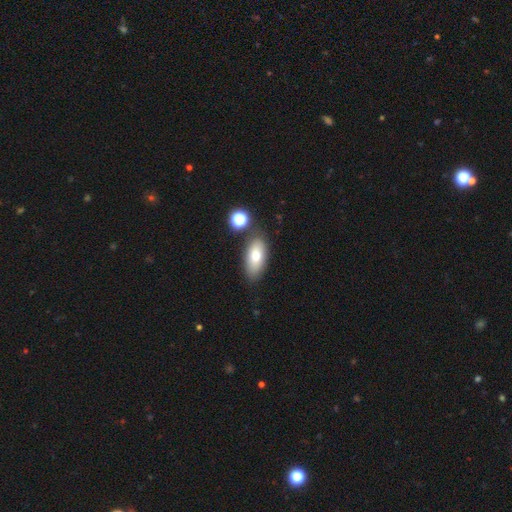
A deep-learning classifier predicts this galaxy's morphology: type=smooth (73%); roundness=in between (87%); merging=none (79%).